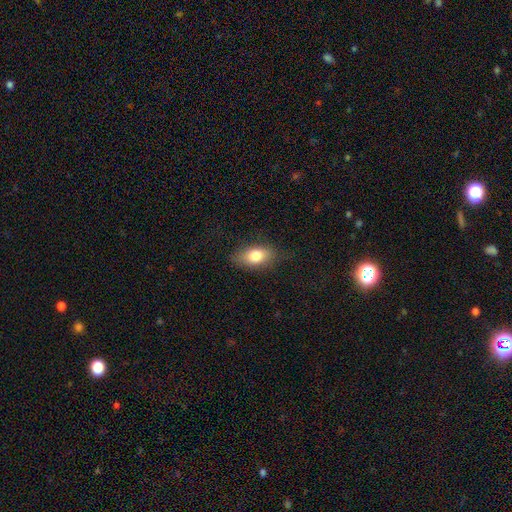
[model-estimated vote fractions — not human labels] Smooth or featured?
  - smooth: 79% *
  - featured or disk: 14%
  - star or artifact: 8%
How rounded?
  - in between: 86% *
  - round: 9%
  - cigar-shaped: 5%
Merging?
  - none: 80% *
  - minor disturbance: 15%
  - major disturbance: 4%
  - merger: 1%